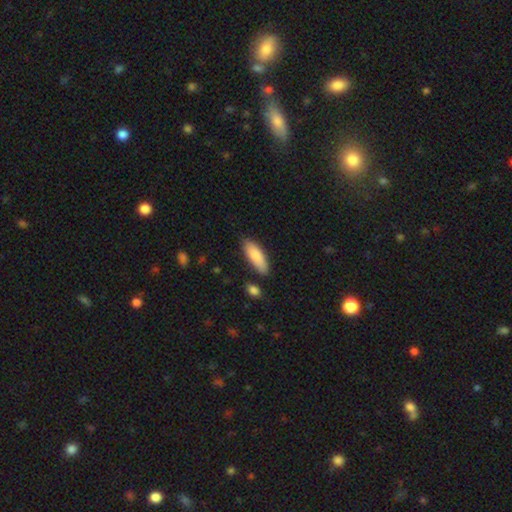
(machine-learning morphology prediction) smooth 85%, featured or disk 10%, star or artifact 5%. Down the decision tree: how rounded — in between (65%); merging — none (80%).